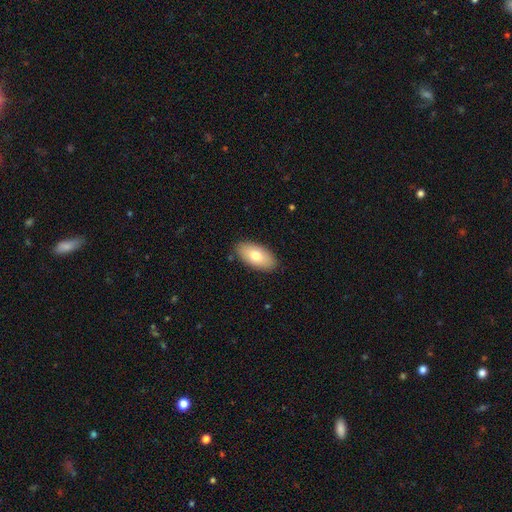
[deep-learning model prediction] Morphology: type=smooth (75%); roundness=in between (93%); merging=none (87%).